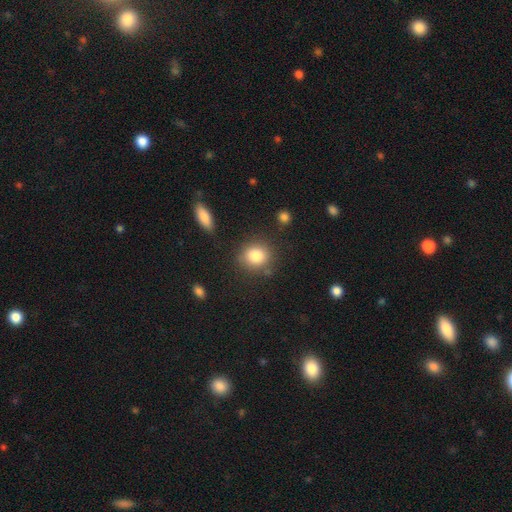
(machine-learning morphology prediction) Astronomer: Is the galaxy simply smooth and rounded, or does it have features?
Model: smooth — 83%.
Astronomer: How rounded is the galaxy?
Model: round — 77%.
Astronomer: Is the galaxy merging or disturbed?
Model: none — 80%.